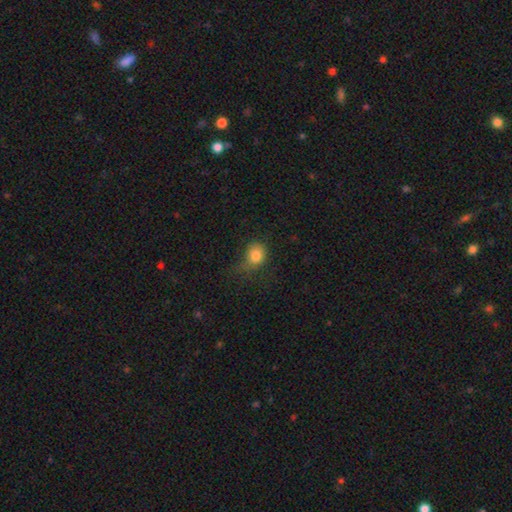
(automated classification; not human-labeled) Smooth or featured: smooth — 81% (star or artifact — 11%)
How rounded: round — 64% (in between — 35%)
Merging: none — 42% (minor disturbance — 32%)